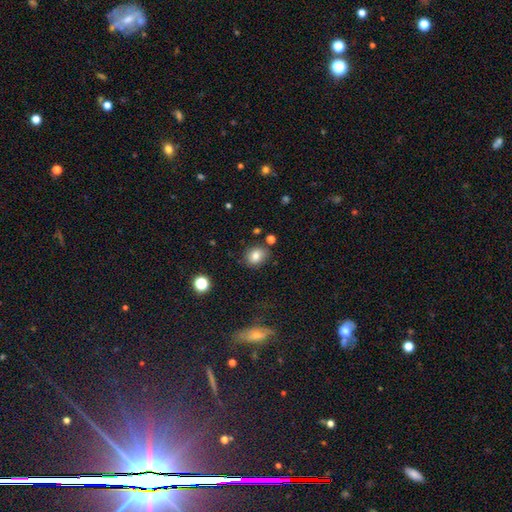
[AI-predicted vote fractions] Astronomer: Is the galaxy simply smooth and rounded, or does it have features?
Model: smooth — 79%.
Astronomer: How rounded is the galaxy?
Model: round — 52% (runner-up: in between, 47%).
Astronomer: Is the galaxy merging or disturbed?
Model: none — 79%.